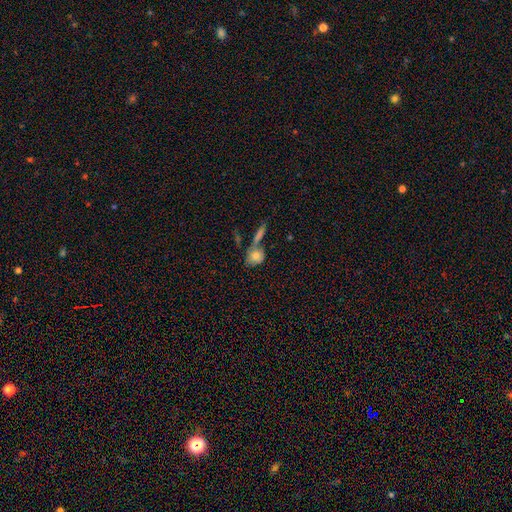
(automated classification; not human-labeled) Smooth or featured: smooth — 75% (featured or disk — 17%)
How rounded: round — 58% (in between — 37%)
Merging: none — 48% (merger — 30%)